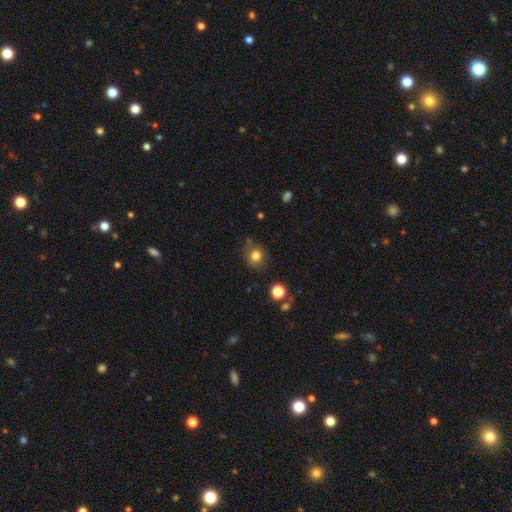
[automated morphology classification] Q: Smooth or featured?
A: smooth (80%); runner-up: star or artifact (12%)
Q: How rounded?
A: round (79%); runner-up: in between (20%)
Q: Merging?
A: none (77%); runner-up: minor disturbance (16%)